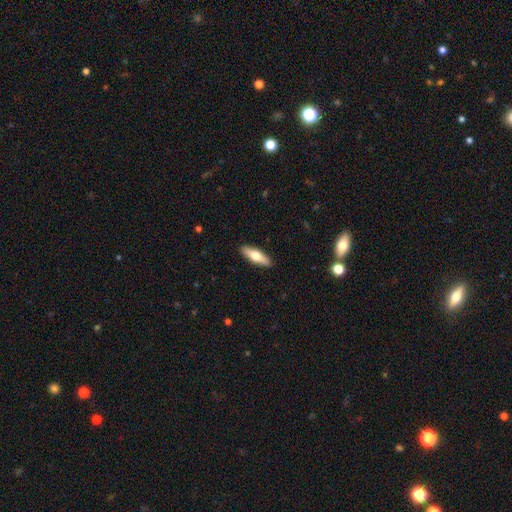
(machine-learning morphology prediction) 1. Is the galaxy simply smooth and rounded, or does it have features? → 62% smooth, 33% featured or disk, 5% star or artifact.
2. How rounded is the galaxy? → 53% cigar-shaped, 45% in between, 2% round.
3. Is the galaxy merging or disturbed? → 90% none, 7% minor disturbance, 2% major disturbance, 1% merger.